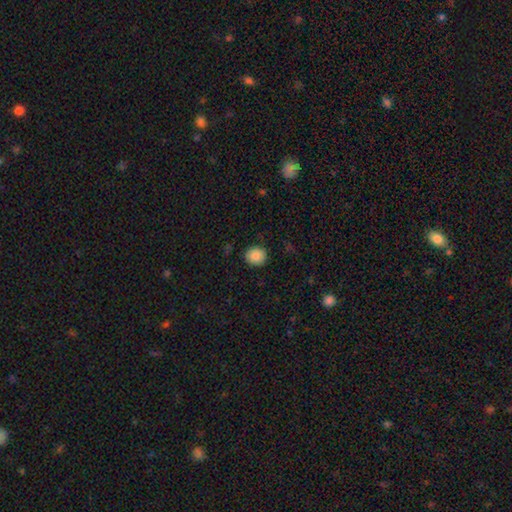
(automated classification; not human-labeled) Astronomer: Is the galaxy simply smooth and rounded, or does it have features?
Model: smooth — 87%.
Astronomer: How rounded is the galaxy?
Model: round — 83%.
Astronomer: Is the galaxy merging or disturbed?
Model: none — 88%.